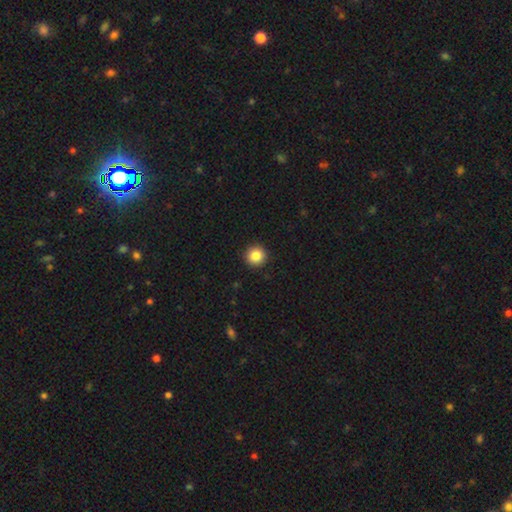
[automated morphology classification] The model was most divided on "smooth or featured": smooth: 85%, star or artifact: 10%, featured or disk: 5%. More confident: how rounded — round (95%); merging — none (93%).